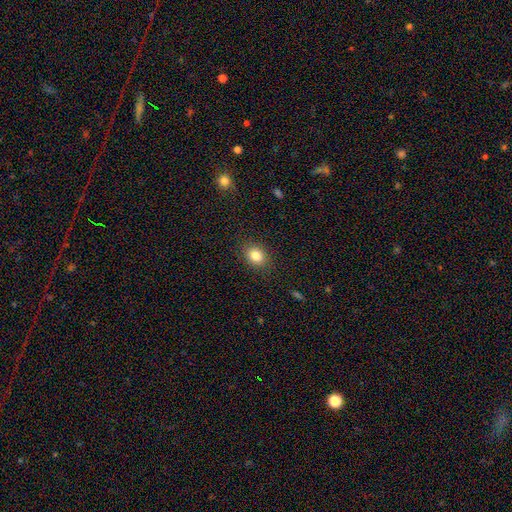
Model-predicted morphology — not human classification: smooth 84%, star or artifact 10%, featured or disk 6%. Down the decision tree: how rounded — in between (50%); merging — none (87%).